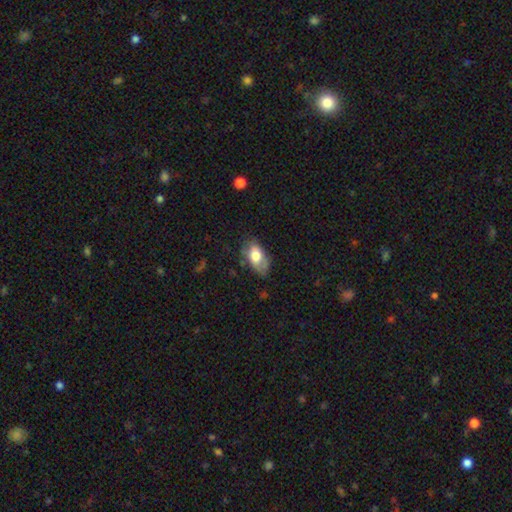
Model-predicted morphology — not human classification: Smooth or featured?
  - smooth: 70% *
  - featured or disk: 23%
  - star or artifact: 7%
How rounded?
  - in between: 92% *
  - round: 6%
  - cigar-shaped: 2%
Merging?
  - none: 57% *
  - minor disturbance: 31%
  - major disturbance: 10%
  - merger: 2%